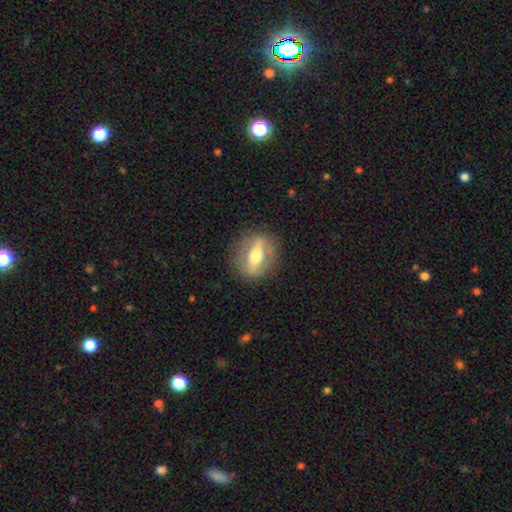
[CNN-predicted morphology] Smooth or featured? Predicted: featured or disk (p=0.63). Edge-on disk? Predicted: no (p=0.60). Merging? Predicted: none (p=0.84).